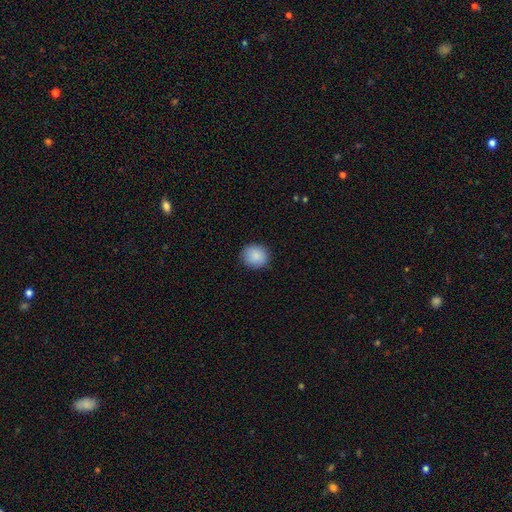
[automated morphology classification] type=smooth (88%); roundness=round (83%); merging=none (88%).